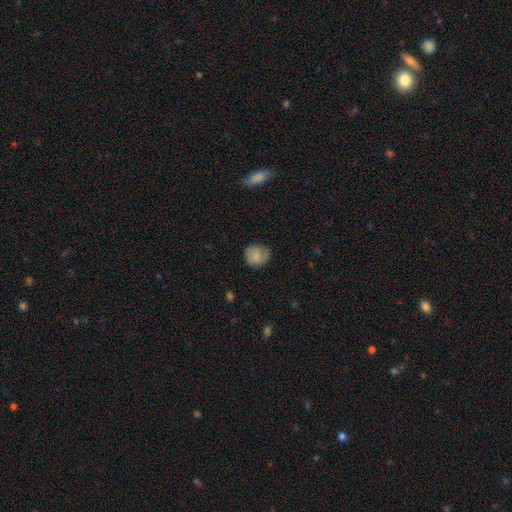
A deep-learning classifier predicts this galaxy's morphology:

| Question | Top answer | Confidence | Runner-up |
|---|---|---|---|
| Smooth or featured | smooth | 80% | featured or disk (12%) |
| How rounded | round | 79% | in between (20%) |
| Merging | none | 66% | minor disturbance (26%) |